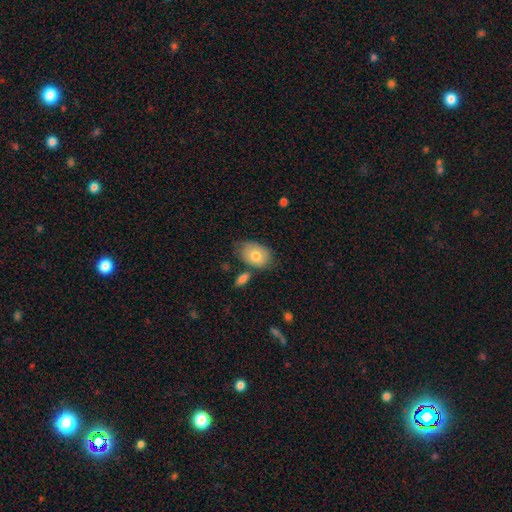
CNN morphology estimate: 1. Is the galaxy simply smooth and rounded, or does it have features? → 77% smooth, 16% featured or disk, 7% star or artifact.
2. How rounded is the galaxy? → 79% in between, 20% round, 1% cigar-shaped.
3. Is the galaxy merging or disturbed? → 60% none, 23% minor disturbance, 11% merger, 6% major disturbance.